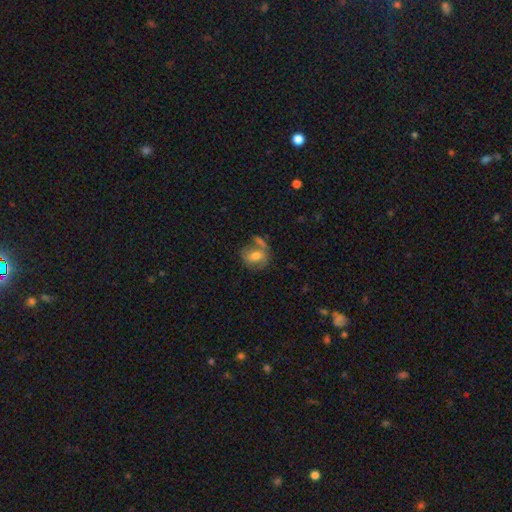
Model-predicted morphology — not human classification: Q: Smooth or featured?
A: smooth (63%); runner-up: featured or disk (29%)
Q: How rounded?
A: round (54%); runner-up: in between (44%)
Q: Merging?
A: none (47%); runner-up: merger (24%)